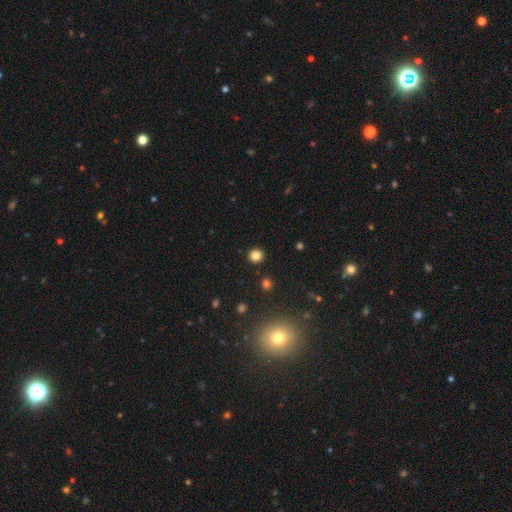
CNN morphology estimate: Smooth or featured? Predicted: smooth (p=0.82). How rounded? Predicted: round (p=0.89). Merging? Predicted: none (p=0.91).